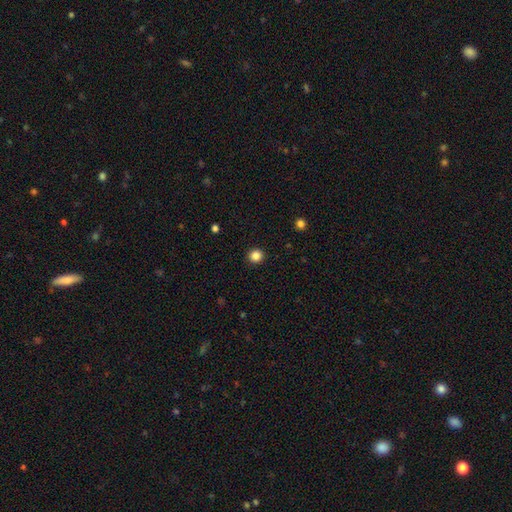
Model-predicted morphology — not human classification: type=smooth (85%); roundness=round (92%); merging=none (92%).